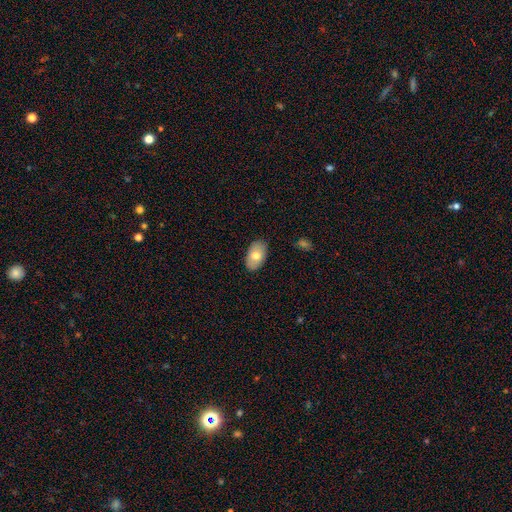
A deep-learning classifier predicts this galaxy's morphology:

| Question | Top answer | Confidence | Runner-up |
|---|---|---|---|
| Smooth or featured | smooth | 73% | featured or disk (20%) |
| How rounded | in between | 92% | round (6%) |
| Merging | none | 86% | minor disturbance (11%) |